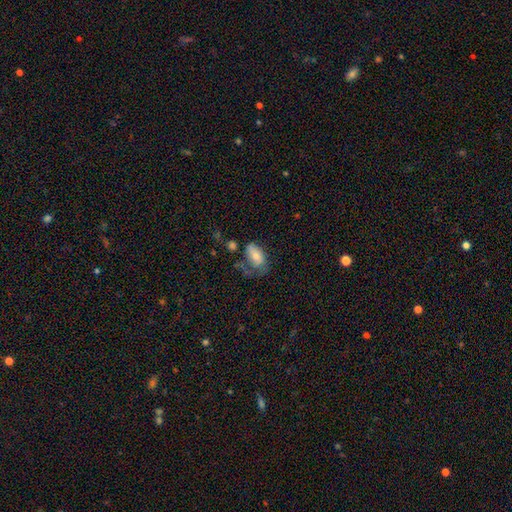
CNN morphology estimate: smooth_or_featured: smooth (p=0.62) [alt: featured or disk p=0.29]
how_rounded: in between (p=0.90) [alt: round p=0.06]
merging: none (p=0.33) [alt: major disturbance p=0.32]